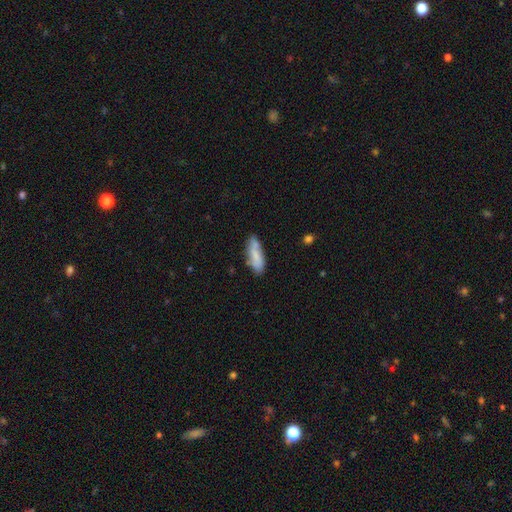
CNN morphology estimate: This appears to be a smooth galaxy with no disk features (72%) that is in between round and cigar-shaped (60%). Merging: none (66%).